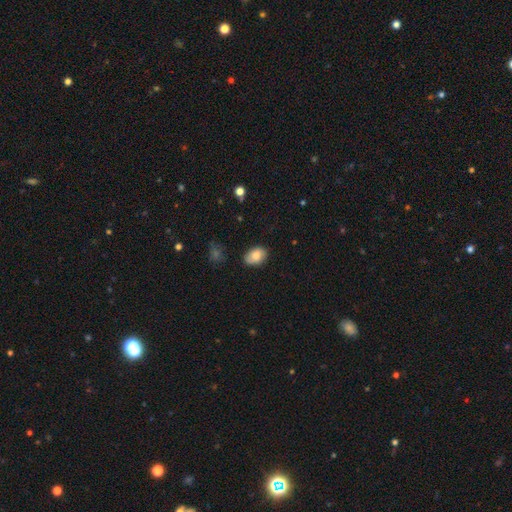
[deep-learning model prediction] smooth 79%, featured or disk 14%, star or artifact 8%. Down the decision tree: how rounded — in between (81%); merging — none (79%).